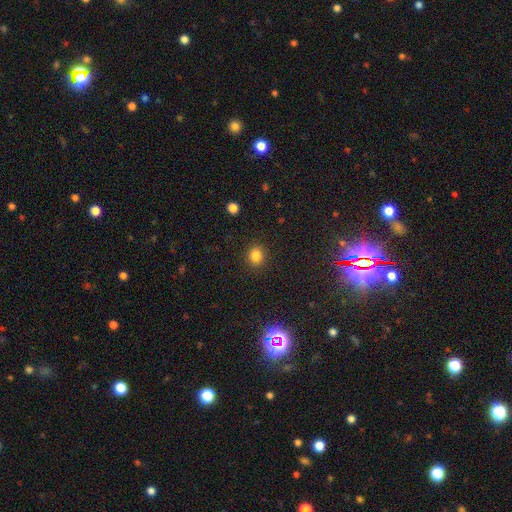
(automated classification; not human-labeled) The model was most divided on "how rounded": round: 79%, in between: 20%, cigar-shaped: 1%. More confident: merging — none (89%); smooth or featured — smooth (84%).